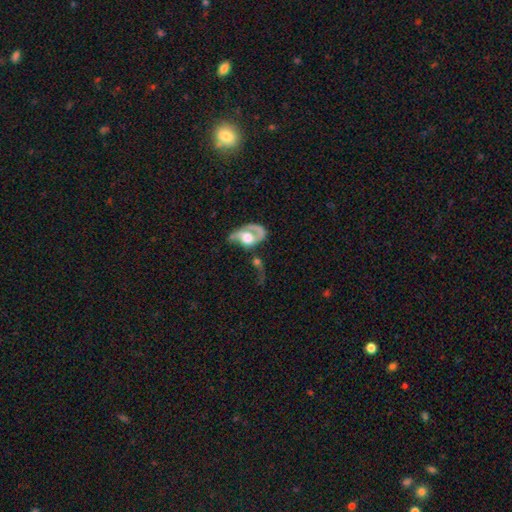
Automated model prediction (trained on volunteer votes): smooth_or_featured: smooth (p=0.40) [alt: star or artifact p=0.38]
merging: none (p=0.56) [alt: merger p=0.22]